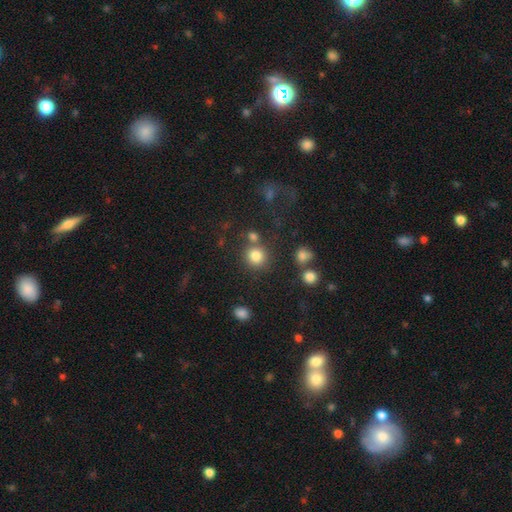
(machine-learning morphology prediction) smooth 81%, star or artifact 12%, featured or disk 6%. Down the decision tree: how rounded — round (89%); merging — none (72%).